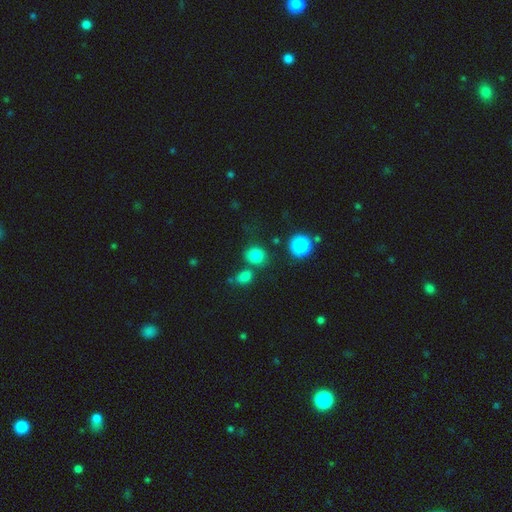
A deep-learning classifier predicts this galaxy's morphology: A smooth galaxy with no disk features (78%) that is round (74%). Merging: none (71%).